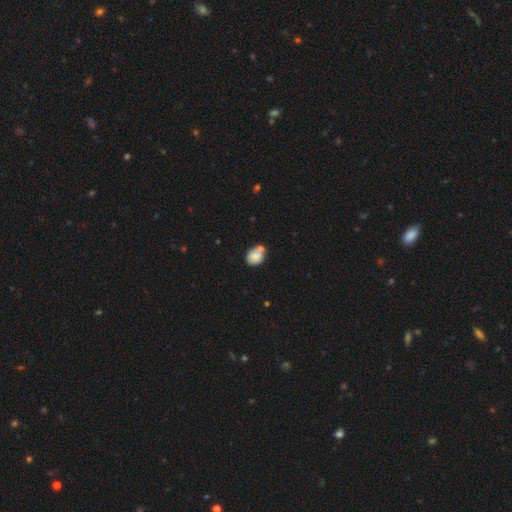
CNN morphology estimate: This is likely a smooth galaxy (79%). How rounded: likely in between (65%). Merging: marginally none (44%).